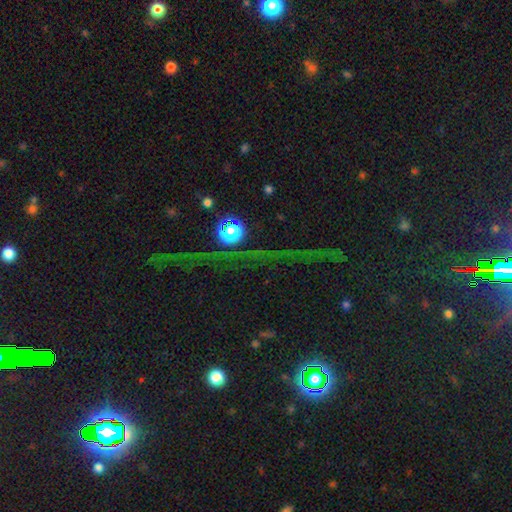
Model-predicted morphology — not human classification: Smooth or featured? Predicted: star or artifact (p=0.76).